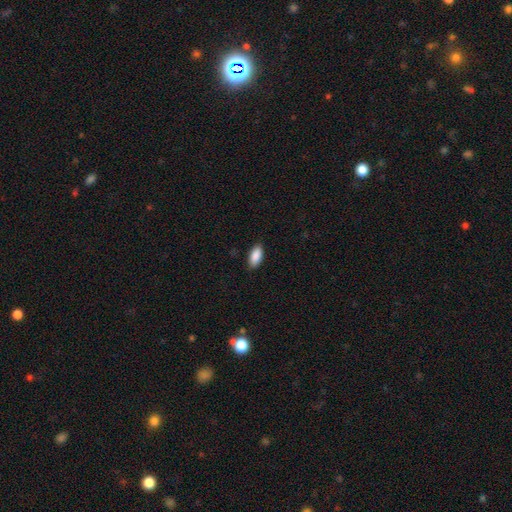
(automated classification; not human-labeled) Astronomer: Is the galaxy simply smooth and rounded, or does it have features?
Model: smooth — 90%.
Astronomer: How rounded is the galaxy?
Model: in between — 89%.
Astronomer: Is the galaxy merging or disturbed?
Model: none — 87%.